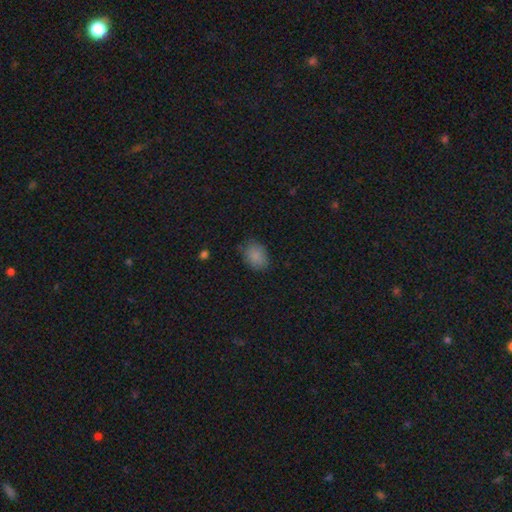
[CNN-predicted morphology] This is clearly a smooth galaxy (85%). How rounded: likely in between (69%). Merging: likely none (76%).